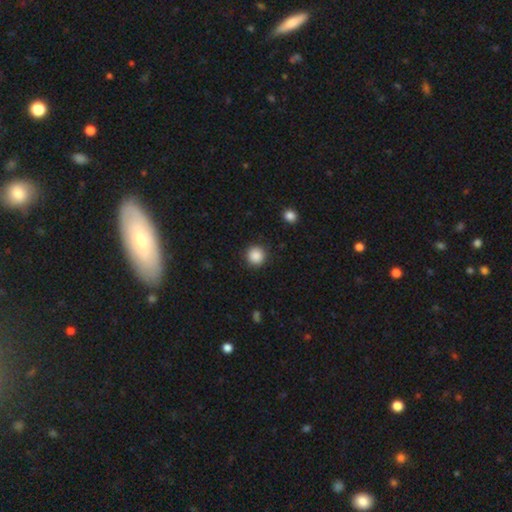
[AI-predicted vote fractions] Morphology: type=smooth (87%); roundness=round (94%); merging=none (91%).